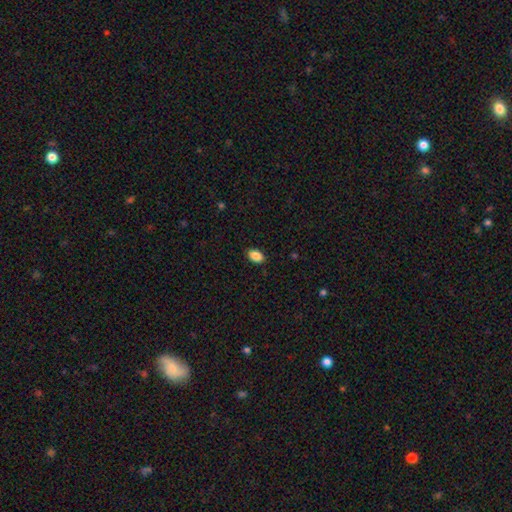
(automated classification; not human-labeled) Morphology: type=smooth (88%); roundness=in between (89%); merging=none (88%).